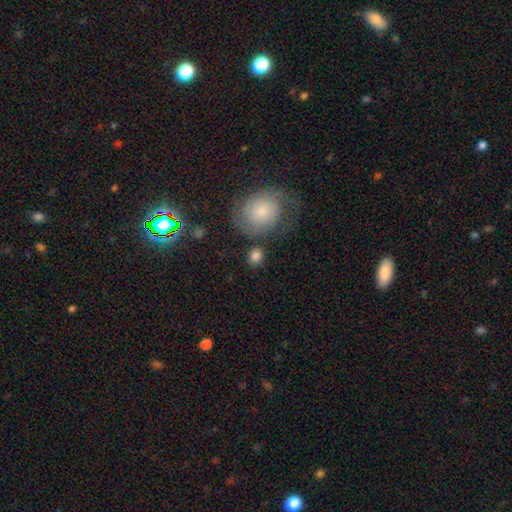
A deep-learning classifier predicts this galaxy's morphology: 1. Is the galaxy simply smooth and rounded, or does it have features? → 81% smooth, 11% featured or disk, 8% star or artifact.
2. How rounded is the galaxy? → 77% round, 21% in between, 1% cigar-shaped.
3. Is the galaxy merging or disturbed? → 73% none, 11% minor disturbance, 10% merger, 5% major disturbance.